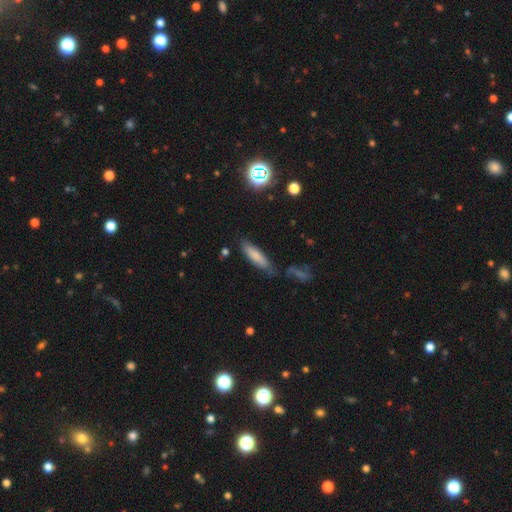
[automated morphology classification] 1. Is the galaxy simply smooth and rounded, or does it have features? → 77% smooth, 14% featured or disk, 9% star or artifact.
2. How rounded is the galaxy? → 63% cigar-shaped, 35% in between, 2% round.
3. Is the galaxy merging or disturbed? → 70% none, 18% minor disturbance, 7% merger, 5% major disturbance.